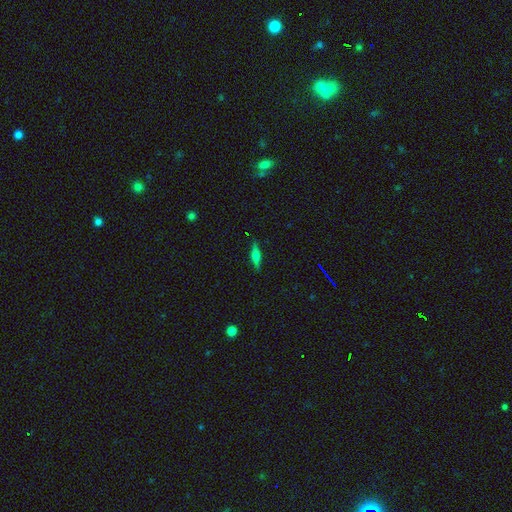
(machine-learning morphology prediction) smooth_or_featured: featured or disk (p=0.52) [alt: smooth p=0.40]
disk_edge_on: yes (p=0.94) [alt: no p=0.06]
merging: none (p=0.88) [alt: minor disturbance p=0.09]